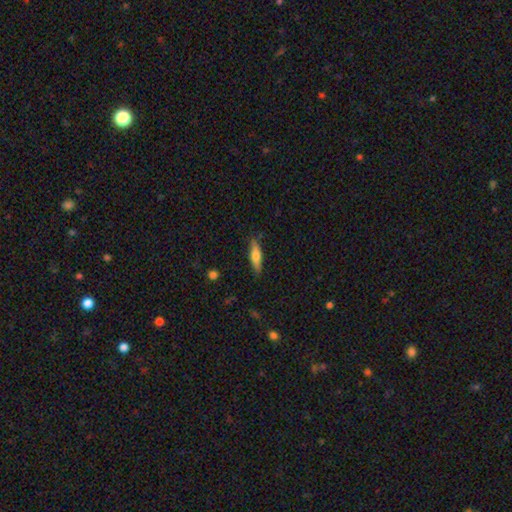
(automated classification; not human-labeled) The model was most divided on "smooth or featured": smooth: 60%, featured or disk: 34%, star or artifact: 6%. More confident: merging — none (85%); how rounded — cigar-shaped (72%).